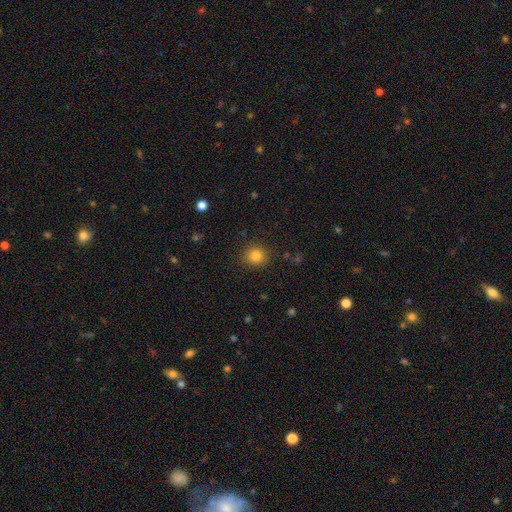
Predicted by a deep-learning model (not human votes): Overall: smooth (82%). How rounded: round (89%). Merging: none (89%).